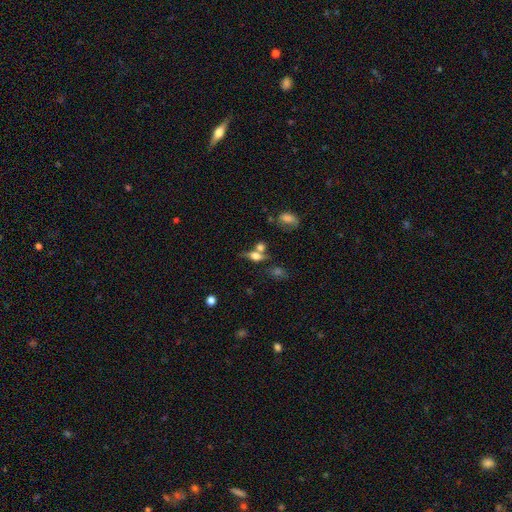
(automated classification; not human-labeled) smooth_or_featured: smooth (p=0.55) [alt: featured or disk p=0.30]
how_rounded: in between (p=0.59) [alt: round p=0.21]
merging: none (p=0.45) [alt: merger p=0.31]